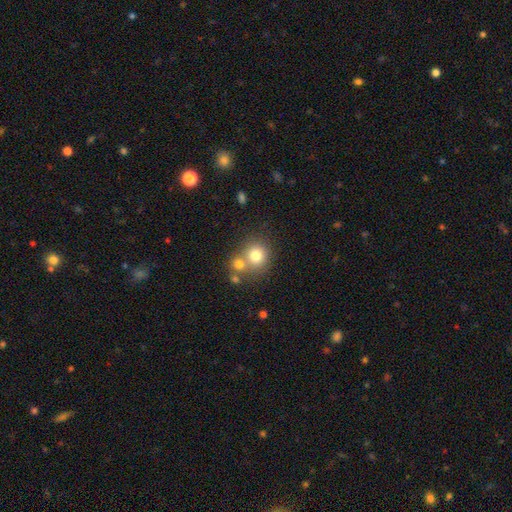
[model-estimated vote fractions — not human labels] The model was most divided on "merging": none: 51%, merger: 36%, minor disturbance: 9%, major disturbance: 4%. More confident: how rounded — round (84%); smooth or featured — smooth (76%).